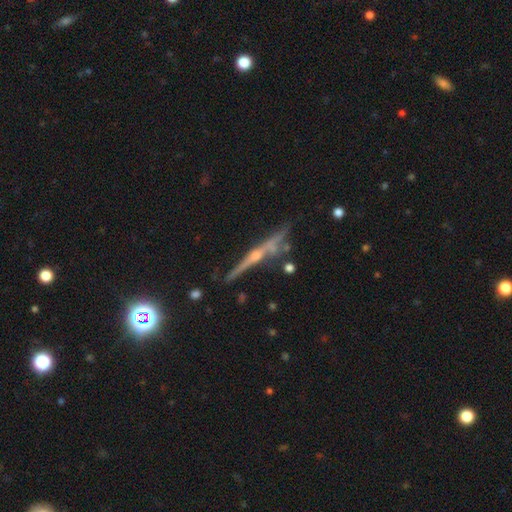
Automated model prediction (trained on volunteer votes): A featured or disk galaxy (74%) viewed edge-on (96%) with a rounded central bulge (74%). Merging: none (68%).